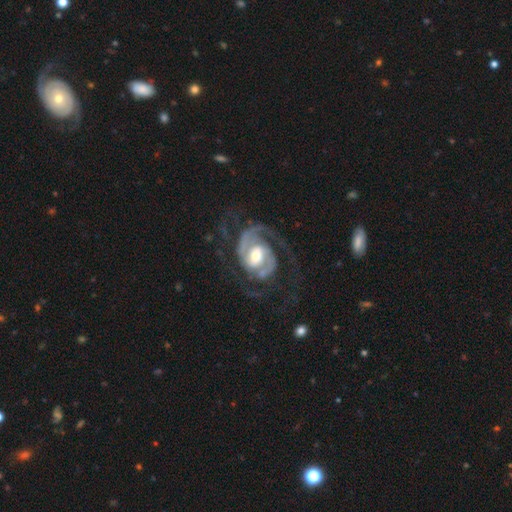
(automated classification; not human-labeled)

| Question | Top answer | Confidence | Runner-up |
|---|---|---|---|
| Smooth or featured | featured or disk | 91% | smooth (5%) |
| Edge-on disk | no | 98% | yes (2%) |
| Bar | weak | 42% | no (39%) |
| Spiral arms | yes | 98% | no (2%) |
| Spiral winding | medium | 49% | tight (36%) |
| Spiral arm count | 2 | 72% | 3 (12%) |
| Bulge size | moderate | 60% | small (20%) |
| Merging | none | 62% | major disturbance (21%) |